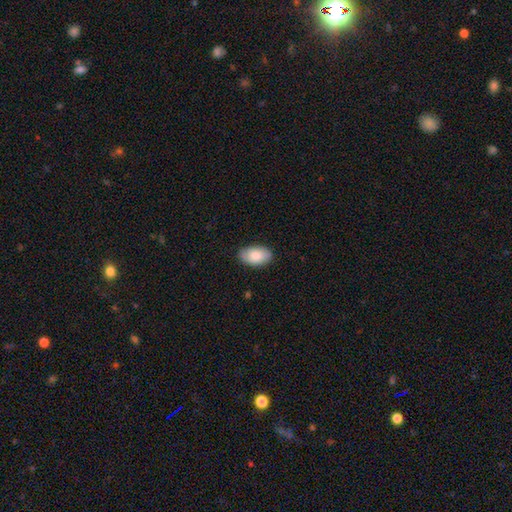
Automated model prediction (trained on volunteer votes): smooth_or_featured: smooth (p=0.86) [alt: featured or disk p=0.08]
how_rounded: in between (p=0.94) [alt: round p=0.04]
merging: none (p=0.86) [alt: minor disturbance p=0.11]